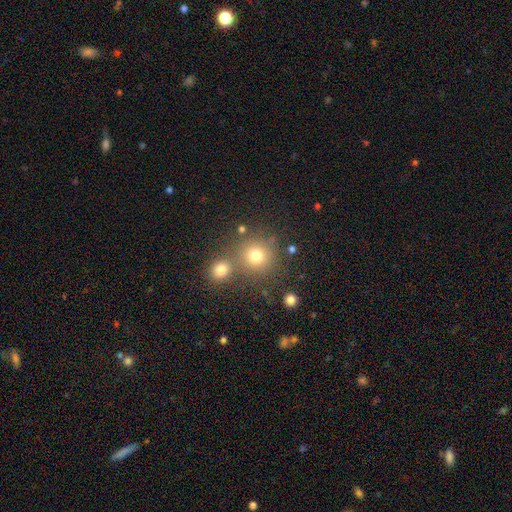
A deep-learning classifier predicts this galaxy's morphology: Overall: smooth (75%). How rounded: round (91%). Merging: none (67%).